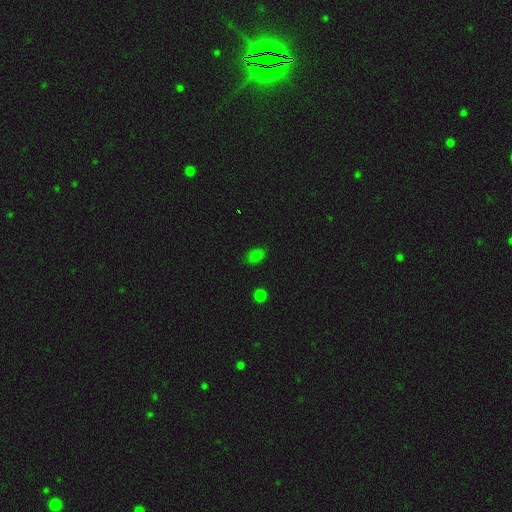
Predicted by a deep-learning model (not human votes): smooth_or_featured: smooth (p=0.77) [alt: star or artifact p=0.19]
how_rounded: in between (p=0.85) [alt: round p=0.13]
merging: none (p=0.81) [alt: minor disturbance p=0.14]